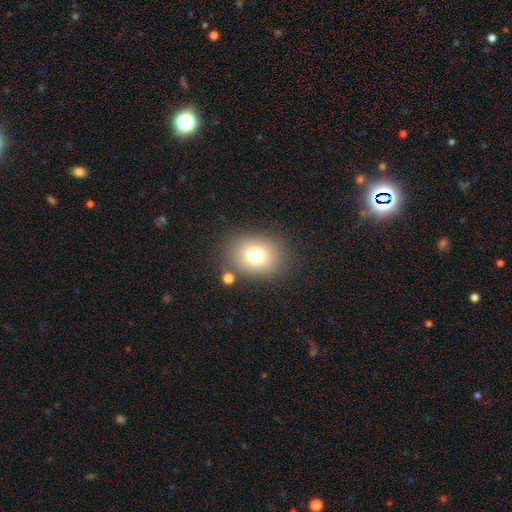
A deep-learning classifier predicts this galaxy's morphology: Q: Smooth or featured?
A: smooth (75%); runner-up: star or artifact (14%)
Q: How rounded?
A: round (59%); runner-up: in between (40%)
Q: Merging?
A: none (80%); runner-up: minor disturbance (10%)